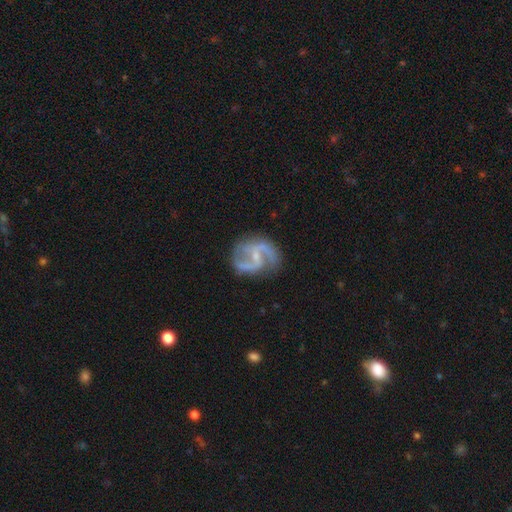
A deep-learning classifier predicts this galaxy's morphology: A featured or disk galaxy (90%) with a weak bar (49%), 2 (91%) medium (51%) spiral arms (97%) and a small central bulge (68%). Merging: none (75%).